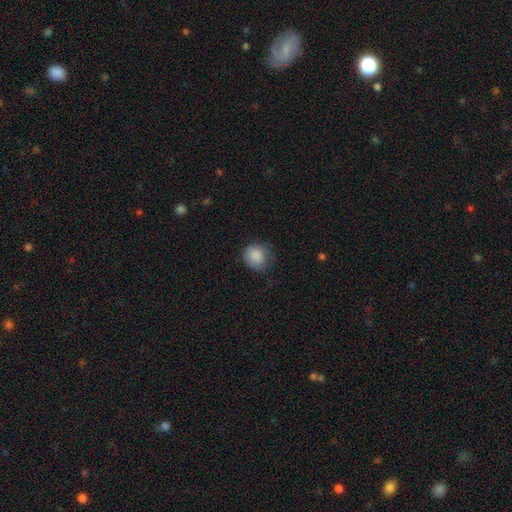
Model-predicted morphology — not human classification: This appears to be a smooth galaxy with no disk features (87%) that is round (79%). Merging: none (62%).